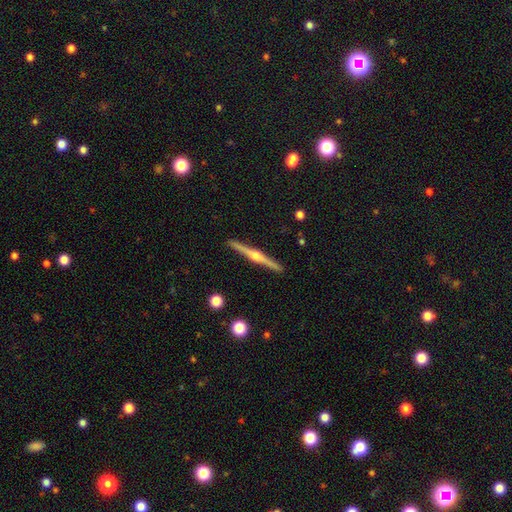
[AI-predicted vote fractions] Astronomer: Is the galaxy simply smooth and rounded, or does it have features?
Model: featured or disk — 84%.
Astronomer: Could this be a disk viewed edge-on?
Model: yes — 99%.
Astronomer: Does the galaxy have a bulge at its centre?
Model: rounded — 94%.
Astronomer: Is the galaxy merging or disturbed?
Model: none — 93%.